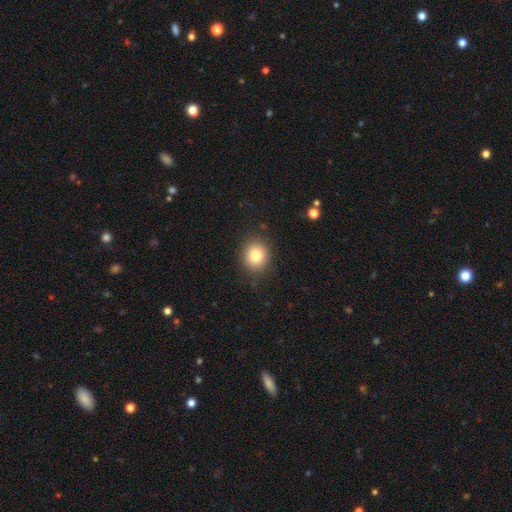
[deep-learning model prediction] The model was most divided on "how rounded": round: 75%, in between: 24%, cigar-shaped: 1%. More confident: merging — none (88%); smooth or featured — smooth (81%).